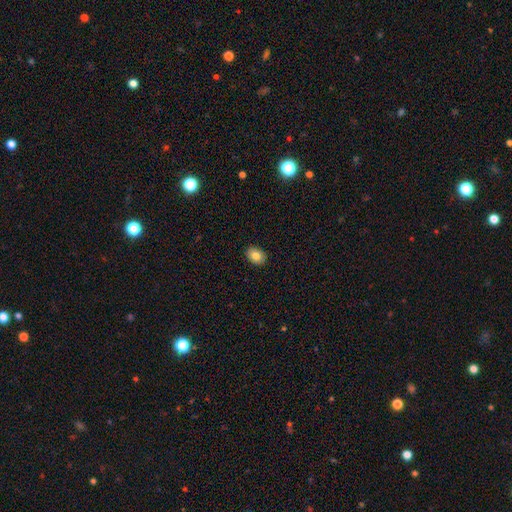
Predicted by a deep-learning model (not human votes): Smooth or featured: smooth — 82% (featured or disk — 10%)
How rounded: in between — 66% (round — 33%)
Merging: none — 90% (minor disturbance — 7%)